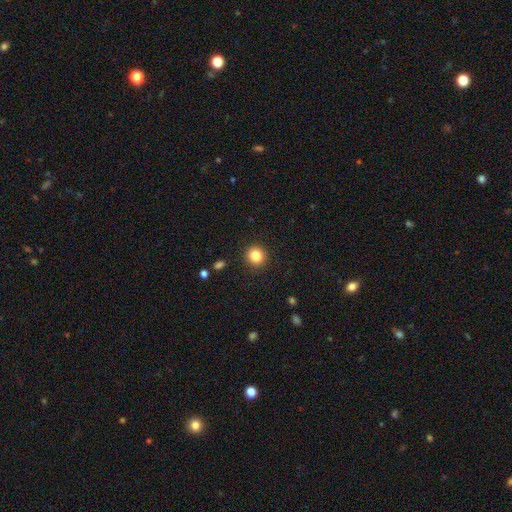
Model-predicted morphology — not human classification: Smooth or featured?
  - smooth: 84% *
  - star or artifact: 11%
  - featured or disk: 5%
How rounded?
  - round: 93% *
  - in between: 6%
  - cigar-shaped: 1%
Merging?
  - none: 92% *
  - minor disturbance: 5%
  - major disturbance: 2%
  - merger: 1%